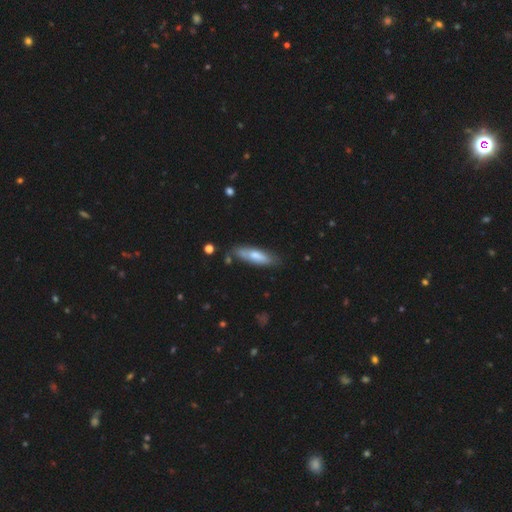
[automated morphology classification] smooth-or-featured: smooth: 67% | featured or disk: 27% | star or artifact: 6%
  how-rounded: cigar-shaped: 59% | in between: 39% | round: 2%
  merging: none: 72% | minor disturbance: 19% | major disturbance: 4% | merger: 4%